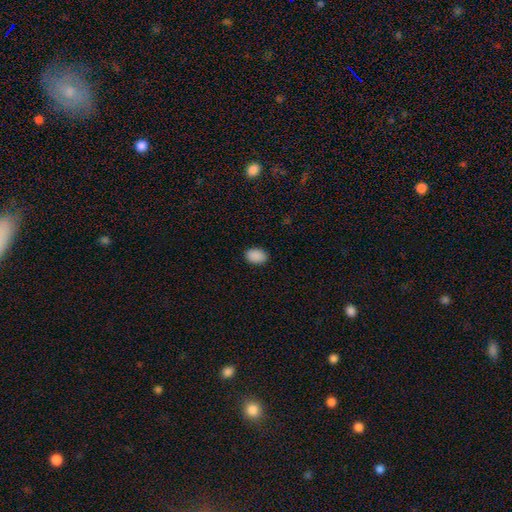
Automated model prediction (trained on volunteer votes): This appears to be a smooth galaxy with no disk features (90%) that is in between round and cigar-shaped (82%). Merging: none (89%).